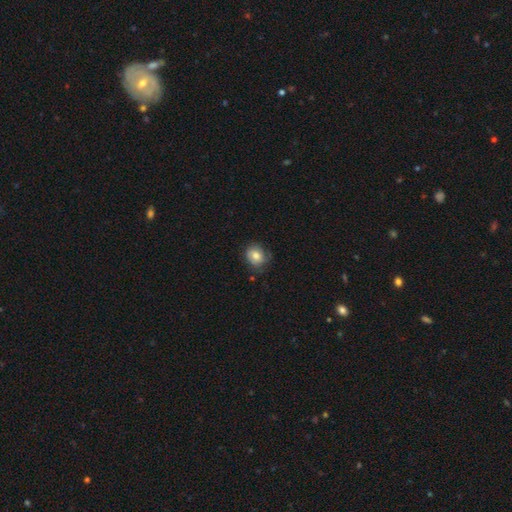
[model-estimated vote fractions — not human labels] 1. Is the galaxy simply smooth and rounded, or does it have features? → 74% smooth, 18% featured or disk, 9% star or artifact.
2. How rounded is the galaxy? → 66% round, 33% in between, 1% cigar-shaped.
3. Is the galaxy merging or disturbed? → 68% none, 24% minor disturbance, 7% major disturbance, 2% merger.